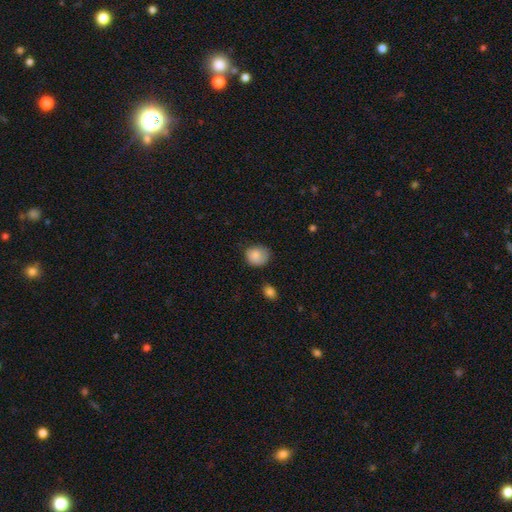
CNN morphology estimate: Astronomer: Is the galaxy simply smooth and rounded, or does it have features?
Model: smooth — 84%.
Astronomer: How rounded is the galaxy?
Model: round — 69%.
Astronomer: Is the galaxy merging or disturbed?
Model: none — 63%.